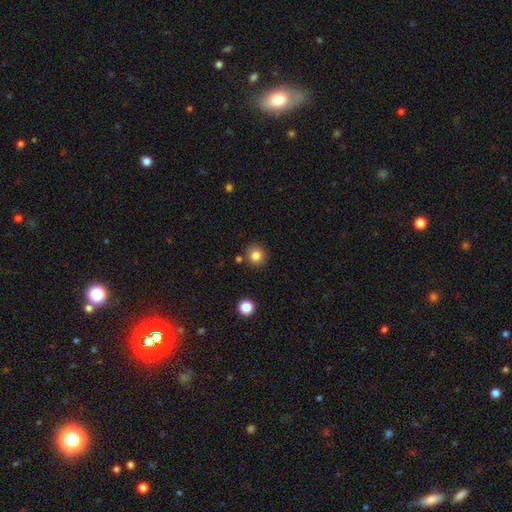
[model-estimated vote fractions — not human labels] Q: Smooth or featured?
A: smooth (82%); runner-up: star or artifact (11%)
Q: How rounded?
A: round (91%); runner-up: in between (8%)
Q: Merging?
A: none (86%); runner-up: minor disturbance (7%)